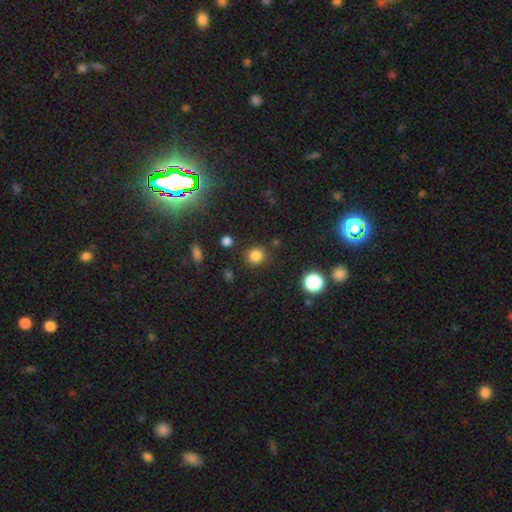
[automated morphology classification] type=smooth (81%); roundness=round (85%); merging=none (86%).